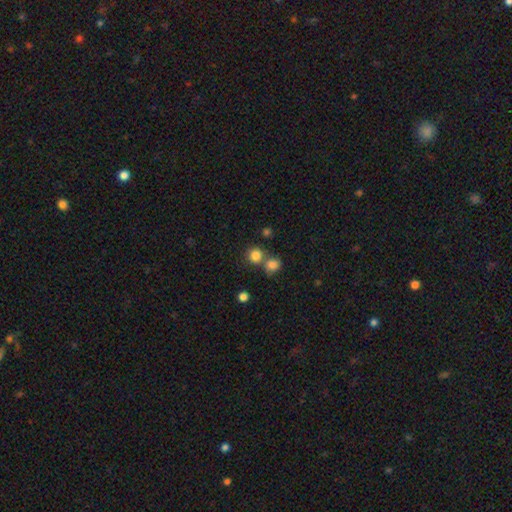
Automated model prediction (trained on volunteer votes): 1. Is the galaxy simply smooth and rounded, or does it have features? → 82% smooth, 12% star or artifact, 6% featured or disk.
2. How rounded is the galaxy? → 88% round, 11% in between, 1% cigar-shaped.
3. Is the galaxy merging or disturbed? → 59% none, 31% merger, 7% minor disturbance, 3% major disturbance.